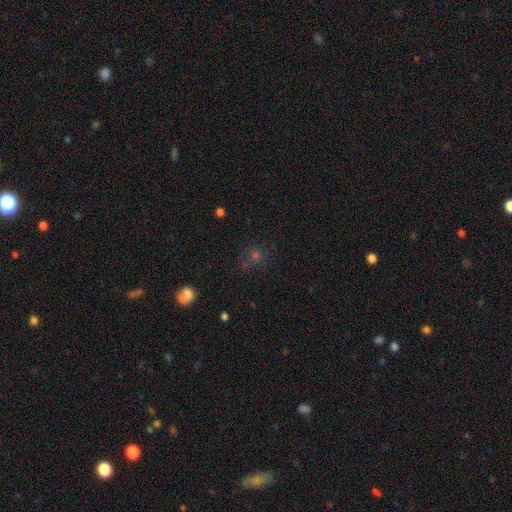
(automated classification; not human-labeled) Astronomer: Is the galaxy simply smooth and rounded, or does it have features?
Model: smooth — 46% (runner-up: star or artifact, 41%).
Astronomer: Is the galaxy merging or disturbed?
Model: none — 73%.